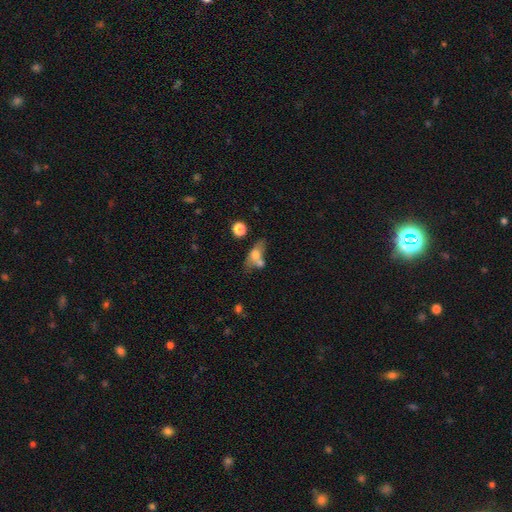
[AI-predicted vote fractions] This is likely a smooth galaxy (63%). How rounded: likely in between (70%). Merging: marginally none (36%).